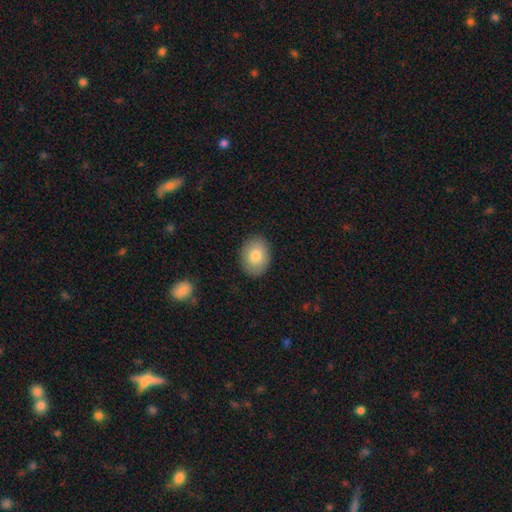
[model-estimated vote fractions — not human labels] smooth-or-featured: smooth: 81% | featured or disk: 12% | star or artifact: 7%
  how-rounded: in between: 64% | round: 35% | cigar-shaped: 1%
  merging: none: 88% | minor disturbance: 9% | major disturbance: 2% | merger: 1%